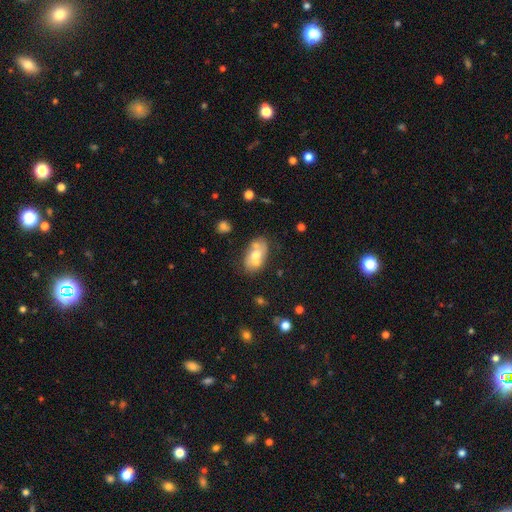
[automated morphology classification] Smooth or featured? smooth (53%)
How rounded? in between (87%)
Merging? none (45%)